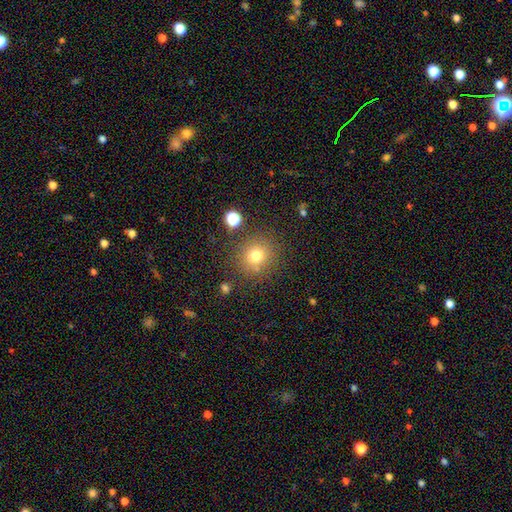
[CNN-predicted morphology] The model was most divided on "smooth or featured": smooth: 76%, star or artifact: 15%, featured or disk: 9%. More confident: how rounded — round (90%); merging — none (82%).